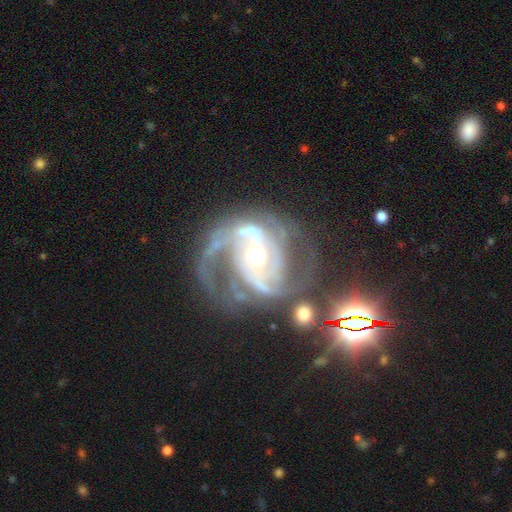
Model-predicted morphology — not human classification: The model was most divided on "bar": no: 48%, weak: 32%, strong: 20%. More confident: edge-on disk — no (98%); spiral arms — yes (97%); smooth or featured — featured or disk (91%); bulge size — moderate (69%); spiral winding — medium (52%); spiral arm count — 2 (52%); merging — none (51%).